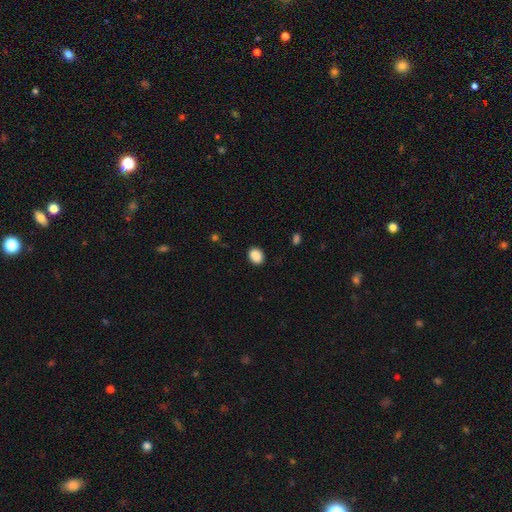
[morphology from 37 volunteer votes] smooth_or_featured: smooth (p=0.89) [alt: featured or disk p=0.05]
how_rounded: in between (p=0.67) [alt: round p=0.33]
merging: none (p=0.86) [alt: minor disturbance p=0.11]